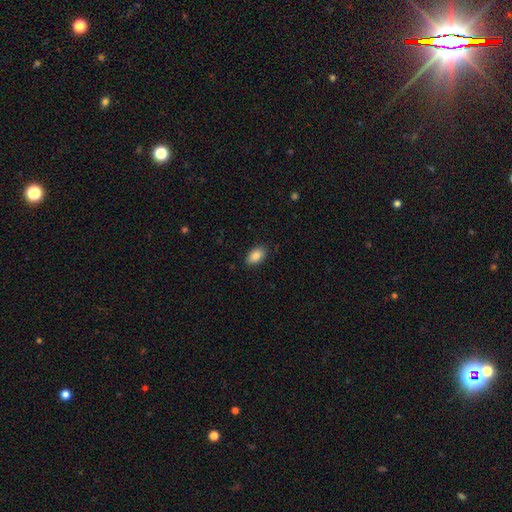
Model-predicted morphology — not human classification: smooth 87%, star or artifact 7%, featured or disk 5%. Down the decision tree: how rounded — in between (91%); merging — none (86%).